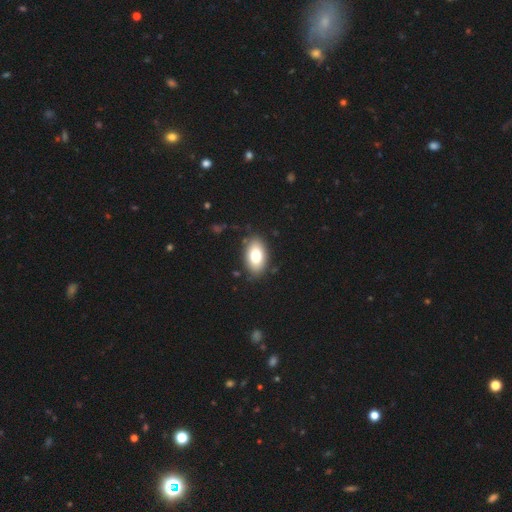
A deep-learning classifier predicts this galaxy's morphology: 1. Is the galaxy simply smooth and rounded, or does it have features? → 77% smooth, 15% featured or disk, 8% star or artifact.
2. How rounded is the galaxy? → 92% in between, 6% round, 2% cigar-shaped.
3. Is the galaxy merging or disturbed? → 86% none, 10% minor disturbance, 3% major disturbance, 1% merger.